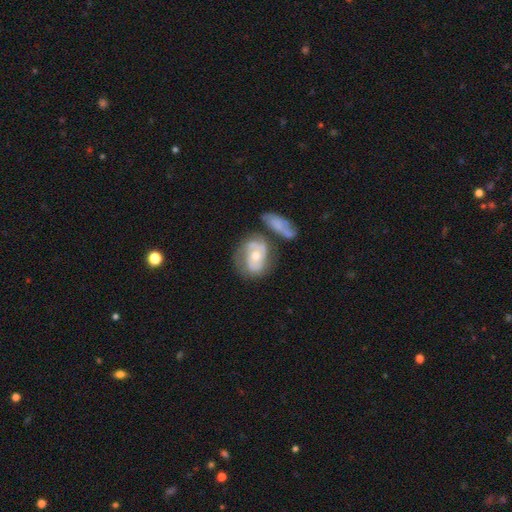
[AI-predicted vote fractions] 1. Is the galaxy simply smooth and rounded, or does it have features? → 68% featured or disk, 25% smooth, 7% star or artifact.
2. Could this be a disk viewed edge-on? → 96% no, 4% yes.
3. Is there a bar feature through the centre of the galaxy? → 68% no, 24% weak, 7% strong.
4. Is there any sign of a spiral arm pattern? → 81% yes, 19% no.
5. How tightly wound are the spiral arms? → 45% tight, 39% medium, 16% loose.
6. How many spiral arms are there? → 55% 2, 25% can't tell, 9% 1, 7% 3, 2% 4, 2% more than 4.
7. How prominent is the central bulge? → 55% moderate, 40% small, 3% large, 1% none, 1% dominant.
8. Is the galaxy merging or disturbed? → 46% none, 22% merger, 20% minor disturbance, 12% major disturbance.